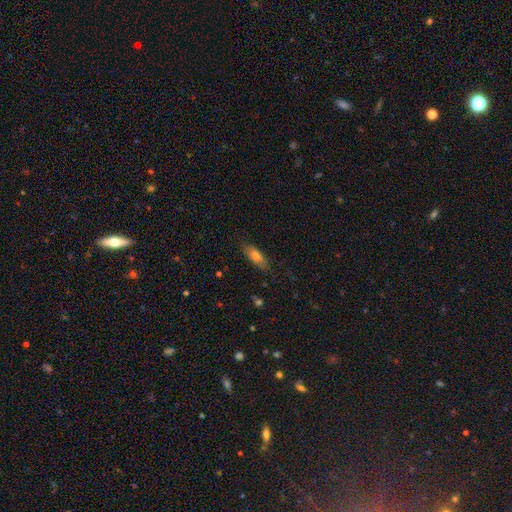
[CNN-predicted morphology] smooth_or_featured: smooth (p=0.72) [alt: featured or disk p=0.21]
how_rounded: in between (p=0.66) [alt: cigar-shaped p=0.32]
merging: none (p=0.79) [alt: minor disturbance p=0.16]